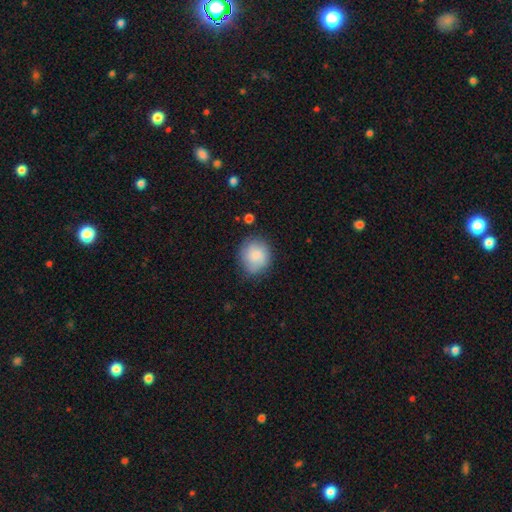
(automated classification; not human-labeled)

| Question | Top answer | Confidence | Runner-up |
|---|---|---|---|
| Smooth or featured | smooth | 77% | featured or disk (16%) |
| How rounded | round | 80% | in between (19%) |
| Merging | none | 73% | minor disturbance (19%) |